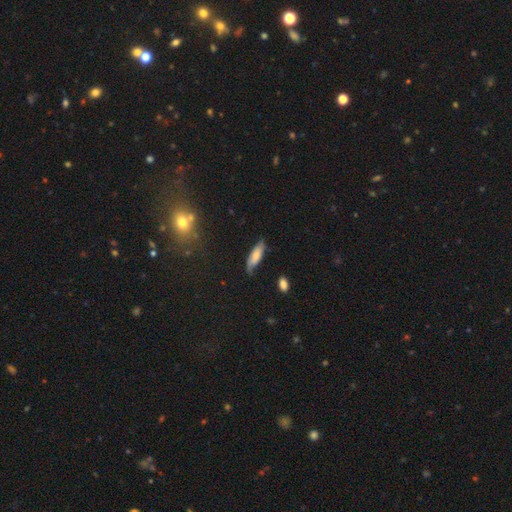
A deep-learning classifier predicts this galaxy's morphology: Smooth or featured: smooth — 63% (featured or disk — 29%)
How rounded: in between — 57% (cigar-shaped — 41%)
Merging: none — 64% (minor disturbance — 27%)